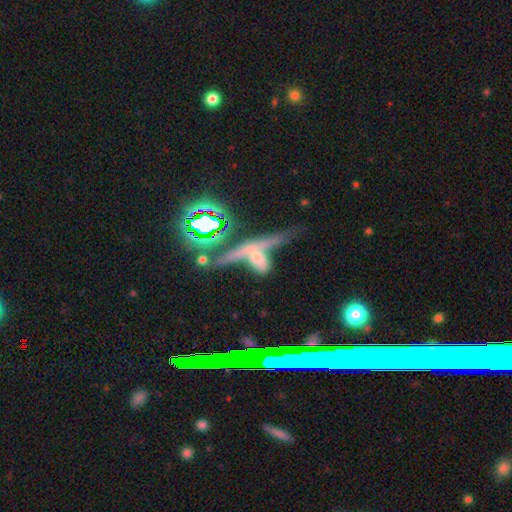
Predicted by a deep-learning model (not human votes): smooth-or-featured: featured or disk: 43% | smooth: 35% | star or artifact: 22%
  merging: merger: 40% | none: 31% | minor disturbance: 15% | major disturbance: 13%